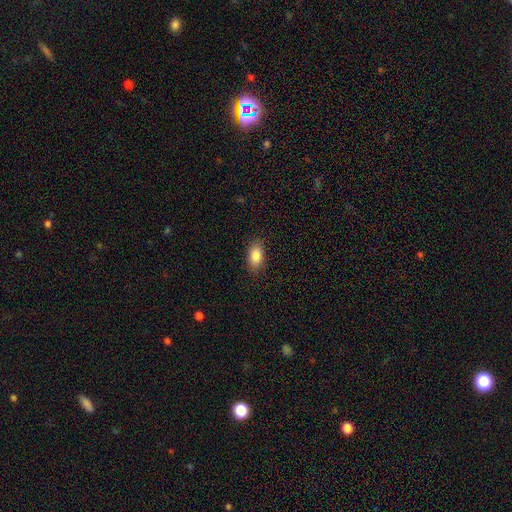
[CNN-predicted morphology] smooth-or-featured: smooth: 86% | star or artifact: 7% | featured or disk: 6%
  how-rounded: in between: 90% | round: 7% | cigar-shaped: 3%
  merging: none: 86% | minor disturbance: 11% | major disturbance: 3% | merger: 1%